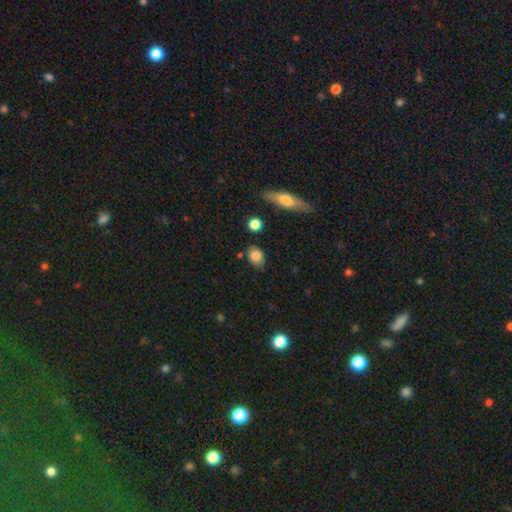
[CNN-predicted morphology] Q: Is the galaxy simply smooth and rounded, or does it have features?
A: smooth — 82%.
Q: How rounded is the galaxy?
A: in between — 68%.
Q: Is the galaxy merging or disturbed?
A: none — 80%.